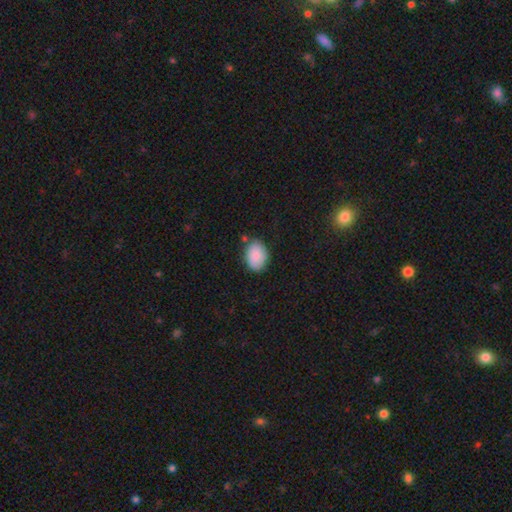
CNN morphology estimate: Q: Smooth or featured?
A: smooth (86%); runner-up: star or artifact (7%)
Q: How rounded?
A: in between (75%); runner-up: round (24%)
Q: Merging?
A: none (75%); runner-up: minor disturbance (18%)